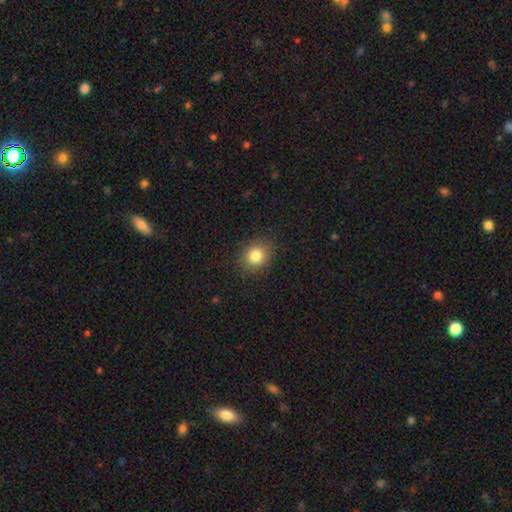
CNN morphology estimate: A smooth galaxy with no disk features (82%) that is round (73%).

Vote fractions:
- Smooth or featured? smooth: 82% / star or artifact: 11% / featured or disk: 7%
- How rounded? round: 73% / in between: 26% / cigar-shaped: 1%
- Merging? none: 88% / minor disturbance: 9% / major disturbance: 3% / merger: 1%